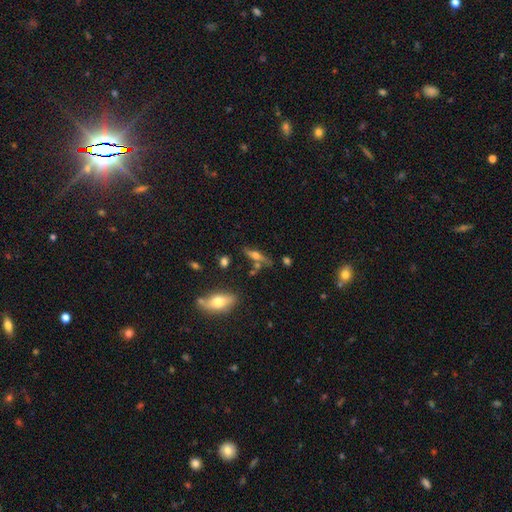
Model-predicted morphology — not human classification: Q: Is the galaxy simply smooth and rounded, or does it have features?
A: featured or disk — 51%.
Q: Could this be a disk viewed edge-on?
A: yes — 87%.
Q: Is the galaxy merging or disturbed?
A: none — 62%.